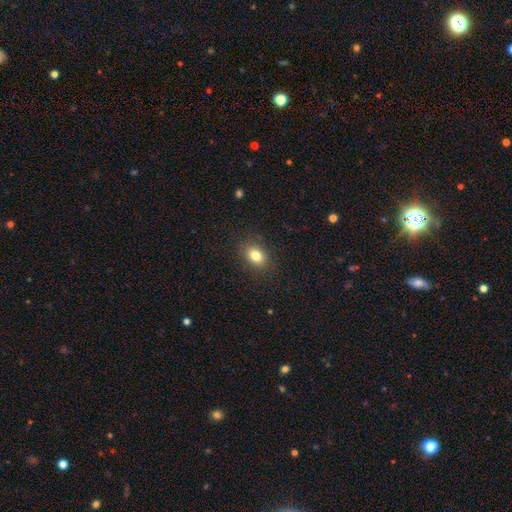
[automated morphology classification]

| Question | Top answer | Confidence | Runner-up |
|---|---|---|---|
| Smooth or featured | smooth | 82% | star or artifact (10%) |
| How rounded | in between | 69% | round (29%) |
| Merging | none | 86% | minor disturbance (10%) |